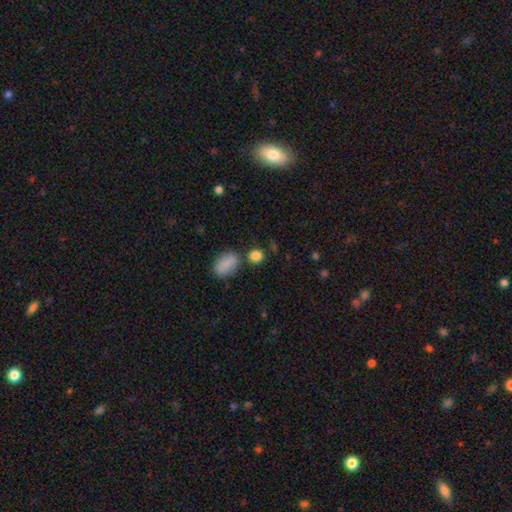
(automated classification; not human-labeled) A smooth galaxy with no disk features (85%) that is round (69%). Merging: none (72%).